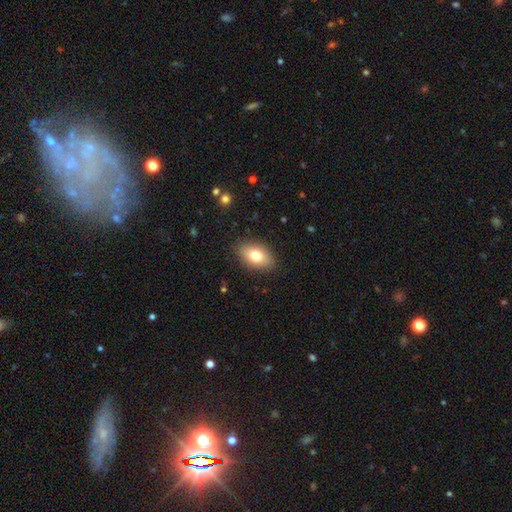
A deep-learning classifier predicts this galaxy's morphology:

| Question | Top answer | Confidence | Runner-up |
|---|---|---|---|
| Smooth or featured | smooth | 78% | featured or disk (15%) |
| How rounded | in between | 89% | round (9%) |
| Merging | none | 86% | minor disturbance (10%) |